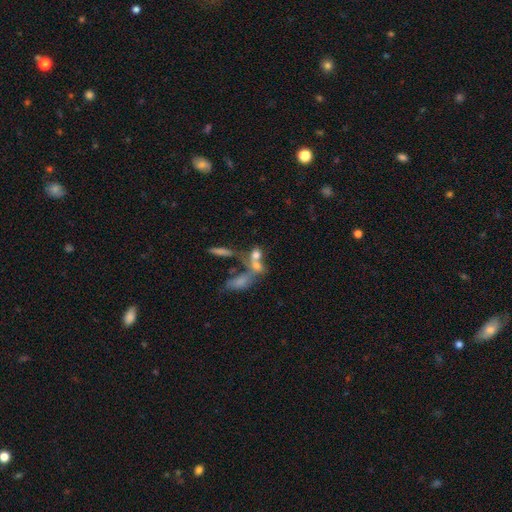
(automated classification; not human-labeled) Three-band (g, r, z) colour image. It shows a smooth galaxy with no disk features (63%) that is in between round and cigar-shaped (61%). Merging: merger (58%).